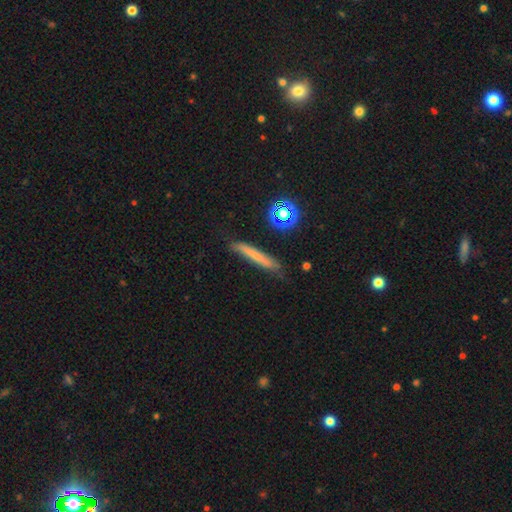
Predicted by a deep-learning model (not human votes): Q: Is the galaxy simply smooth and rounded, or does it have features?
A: smooth — 62%.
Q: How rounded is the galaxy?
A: cigar-shaped — 92%.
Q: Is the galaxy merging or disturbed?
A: none — 77%.